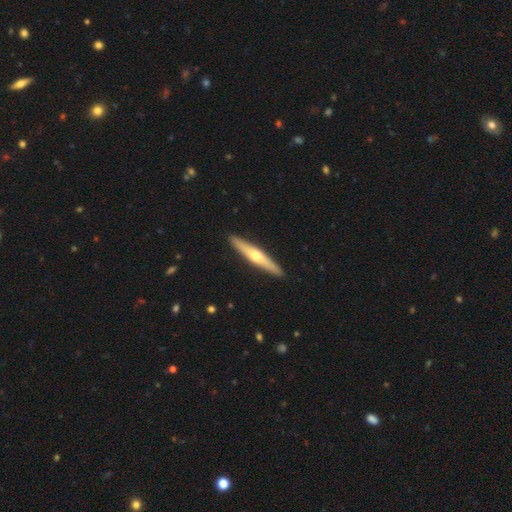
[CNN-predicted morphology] Smooth or featured?
  - featured or disk: 61% *
  - smooth: 34%
  - star or artifact: 5%
Edge-on disk?
  - yes: 95% *
  - no: 5%
Edge-on bulge?
  - rounded: 91% *
  - none: 7%
  - boxy: 2%
Merging?
  - none: 92% *
  - minor disturbance: 6%
  - major disturbance: 1%
  - merger: 1%